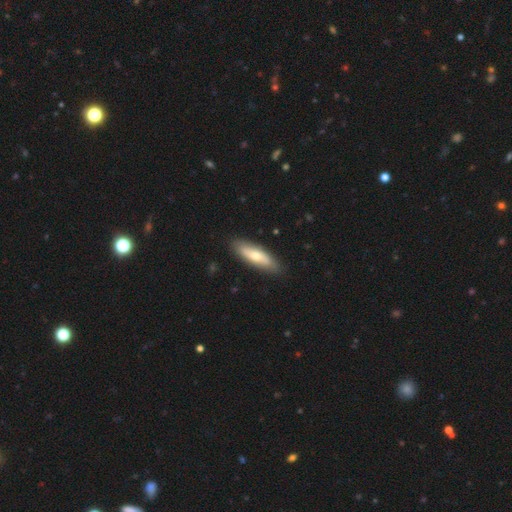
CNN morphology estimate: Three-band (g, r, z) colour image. It shows a smooth galaxy with no disk features (62%) that is cigar-shaped (50%). Merging: none (86%).